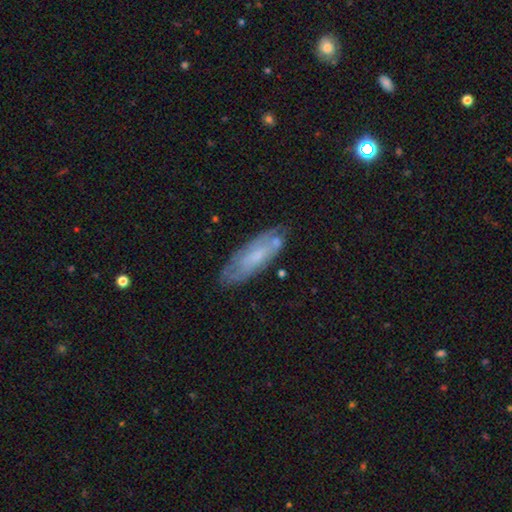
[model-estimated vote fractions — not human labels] This is possibly a featured or disk galaxy (48%). Merging: likely none (69%).